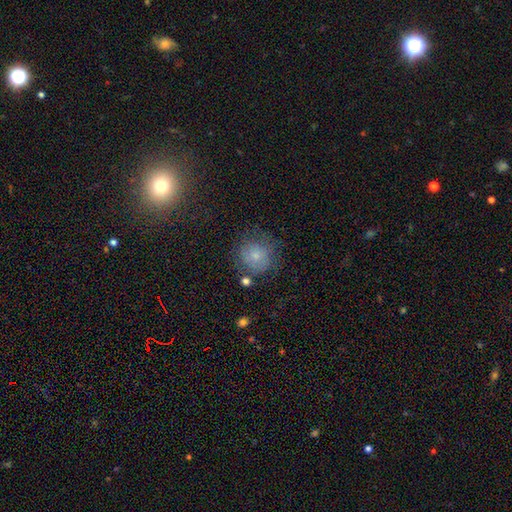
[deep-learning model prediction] A smooth galaxy with no disk features (74%) that is round (89%). Merging: none (63%).